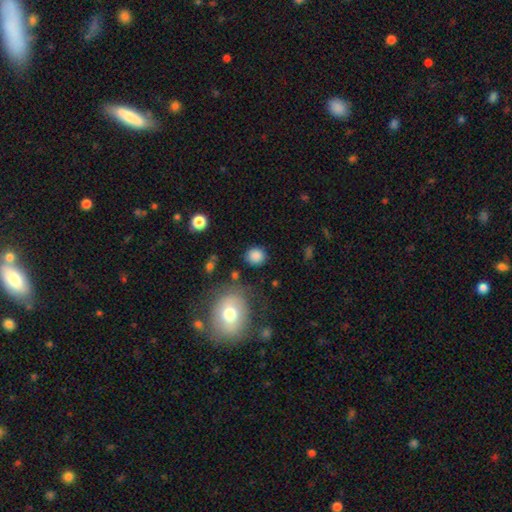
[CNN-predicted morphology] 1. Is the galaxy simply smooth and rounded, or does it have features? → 86% smooth, 9% star or artifact, 5% featured or disk.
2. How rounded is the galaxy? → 86% round, 13% in between, 1% cigar-shaped.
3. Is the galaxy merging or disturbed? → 84% none, 9% minor disturbance, 4% major disturbance, 3% merger.